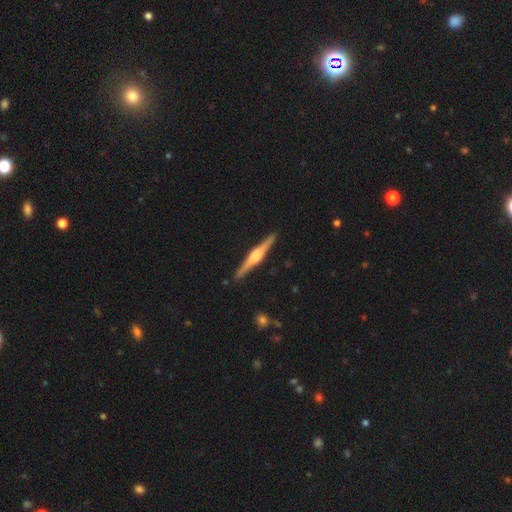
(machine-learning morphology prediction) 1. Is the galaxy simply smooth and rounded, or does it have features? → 80% featured or disk, 15% smooth, 5% star or artifact.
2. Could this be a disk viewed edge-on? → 98% yes, 2% no.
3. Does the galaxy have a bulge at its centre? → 76% rounded, 20% boxy, 4% none.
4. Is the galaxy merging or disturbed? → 91% none, 7% minor disturbance, 1% major disturbance, 1% merger.